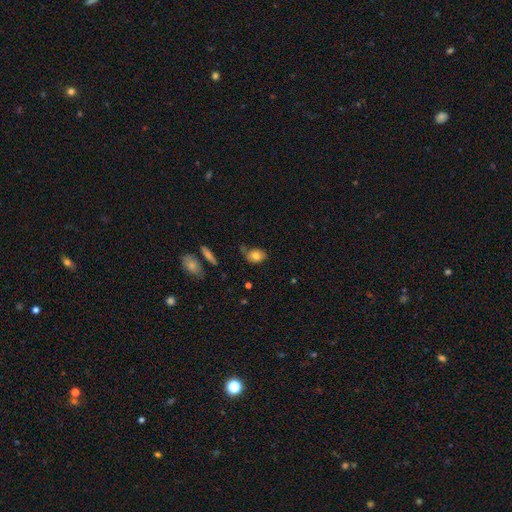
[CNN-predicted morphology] type=smooth (75%); roundness=in between (77%); merging=none (52%).